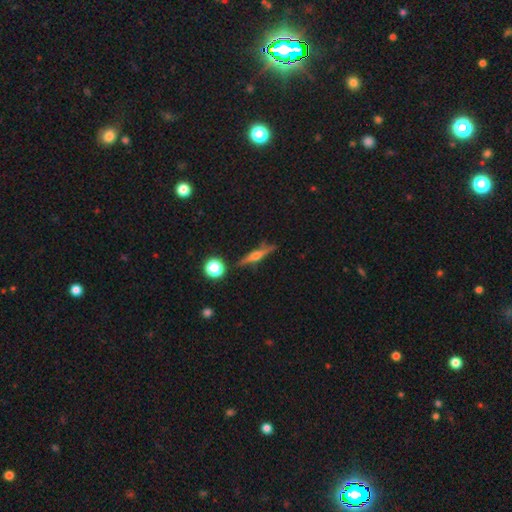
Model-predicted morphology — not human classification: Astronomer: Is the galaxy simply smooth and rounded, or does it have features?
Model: featured or disk — 61%.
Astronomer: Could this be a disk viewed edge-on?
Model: yes — 95%.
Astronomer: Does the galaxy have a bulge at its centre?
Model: rounded — 86%.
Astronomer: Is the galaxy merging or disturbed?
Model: none — 84%.